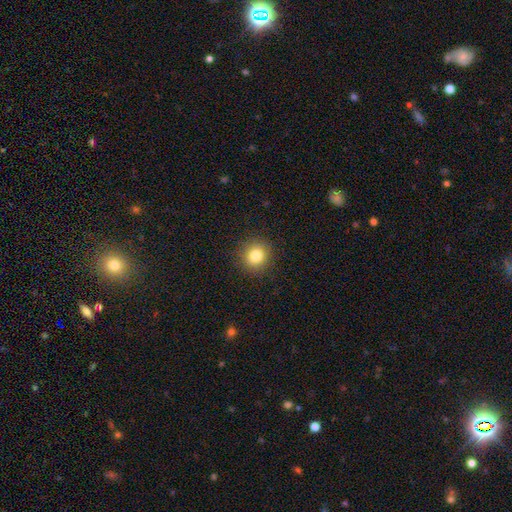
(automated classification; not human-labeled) Smooth or featured? Predicted: smooth (p=0.83). How rounded? Predicted: round (p=0.89). Merging? Predicted: none (p=0.91).